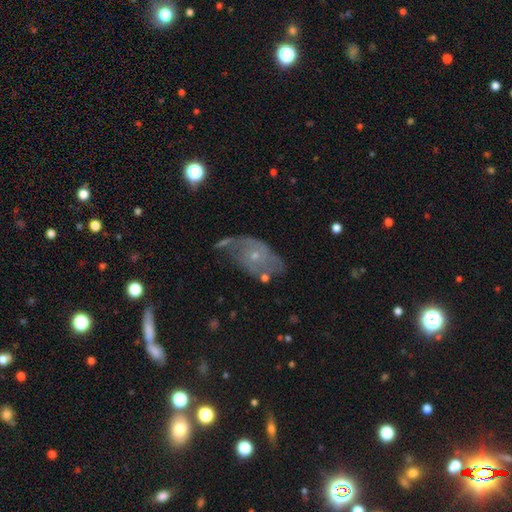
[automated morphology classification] type=featured or disk (67%); edge-on=no (95%); bar=no (81%); spiral arms=yes (73%); bulge=small (76%); merging=none (39%).